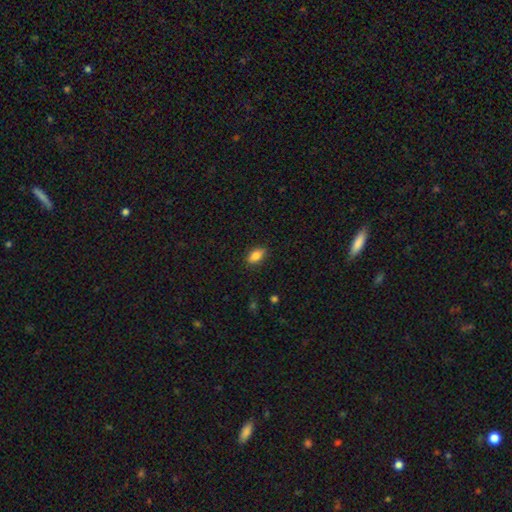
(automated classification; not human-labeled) This appears to be a smooth galaxy with no disk features (84%) that is in between round and cigar-shaped (89%). Merging: none (87%).